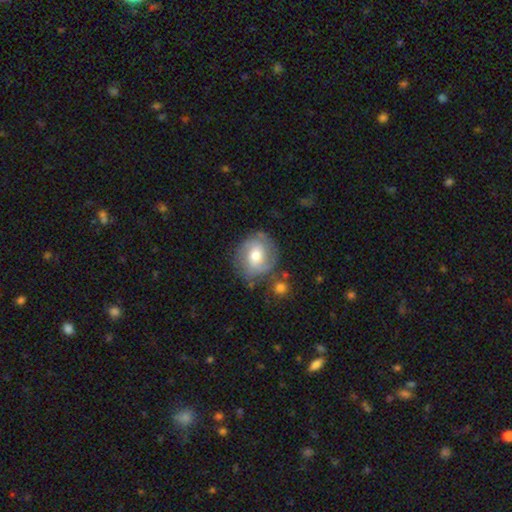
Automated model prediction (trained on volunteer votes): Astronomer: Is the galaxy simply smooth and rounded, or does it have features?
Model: smooth — 46%, tied with featured or disk at 46%.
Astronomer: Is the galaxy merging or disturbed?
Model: none — 69%.